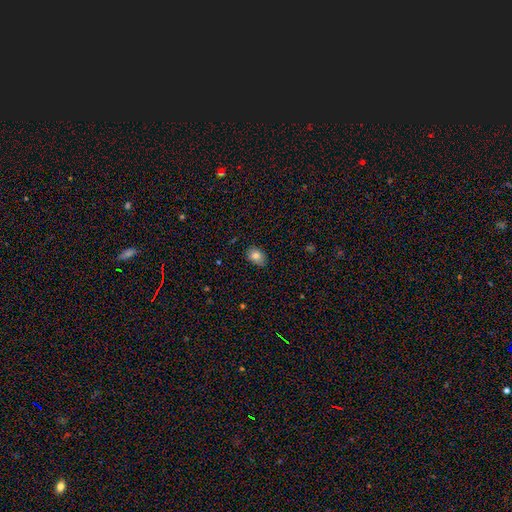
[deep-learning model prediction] The model was most divided on "how rounded": in between: 72%, round: 27%, cigar-shaped: 1%. More confident: smooth or featured — smooth (83%); merging — none (78%).